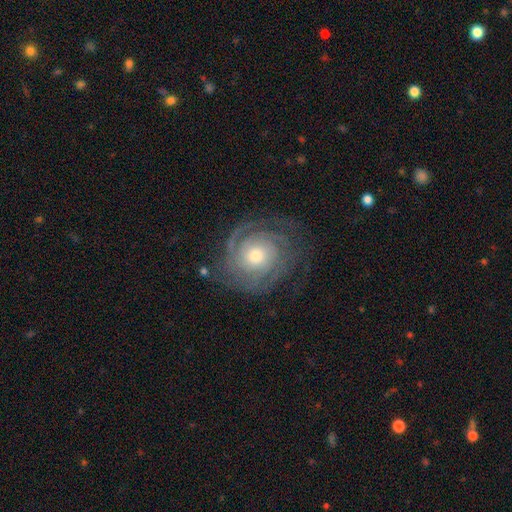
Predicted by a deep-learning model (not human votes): Overall: featured or disk (87%). Edge-on disk: no (97%). Bar: no (78%). Spiral arms: yes (97%). Spiral arm count: 3 (28%; can't tell 24%). Spiral winding: tight (73%). Bulge size: moderate (58%; small 34%). Merging: none (76%).